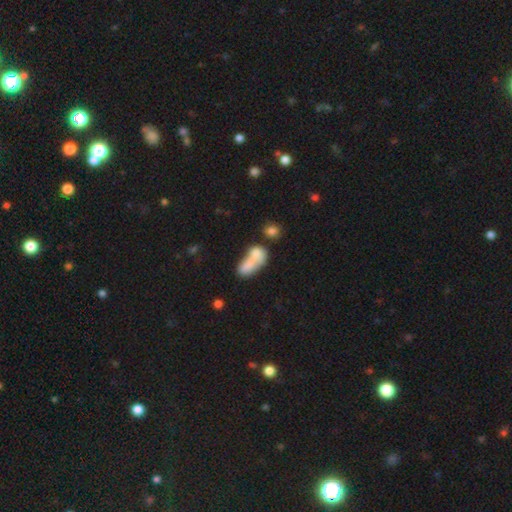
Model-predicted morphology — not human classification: Smooth or featured: smooth — 70% (featured or disk — 20%)
How rounded: in between — 75% (cigar-shaped — 14%)
Merging: merger — 57% (none — 20%)